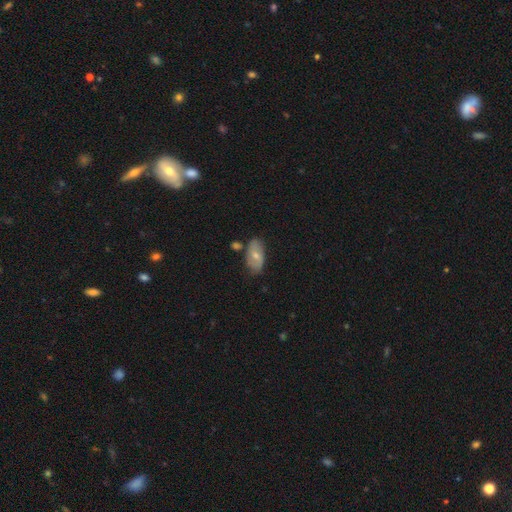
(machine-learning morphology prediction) A smooth galaxy with no disk features (52%) that is in between round and cigar-shaped (92%).

Vote fractions:
- Smooth or featured? smooth: 52% / featured or disk: 41% / star or artifact: 7%
- How rounded? in between: 92% / round: 5% / cigar-shaped: 3%
- Merging? none: 68% / minor disturbance: 21% / merger: 7% / major disturbance: 5%